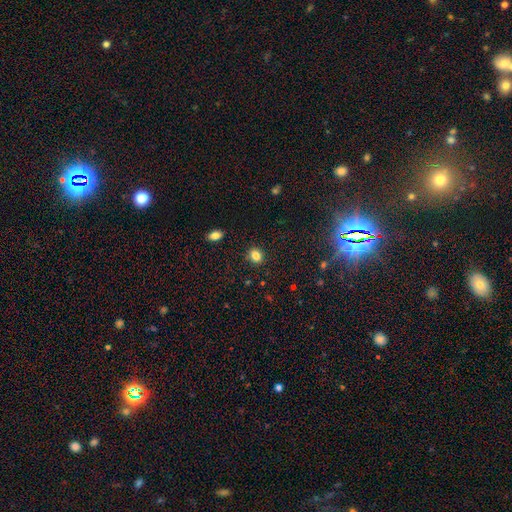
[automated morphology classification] Smooth or featured? smooth (83%)
How rounded? round (54%)
Merging? none (88%)